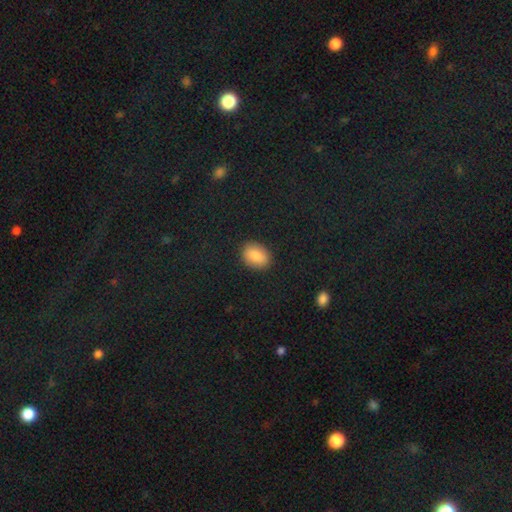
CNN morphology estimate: Smooth or featured? smooth (85%)
How rounded? in between (73%)
Merging? none (89%)